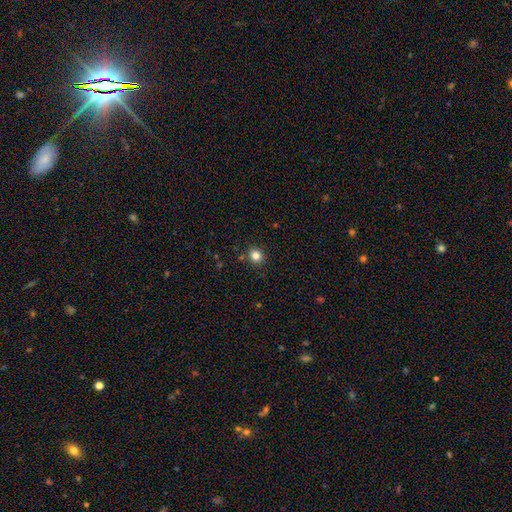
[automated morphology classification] Smooth or featured?
  - smooth: 81% *
  - star or artifact: 13%
  - featured or disk: 5%
How rounded?
  - round: 83% *
  - in between: 16%
  - cigar-shaped: 1%
Merging?
  - none: 88% *
  - minor disturbance: 7%
  - merger: 3%
  - major disturbance: 2%